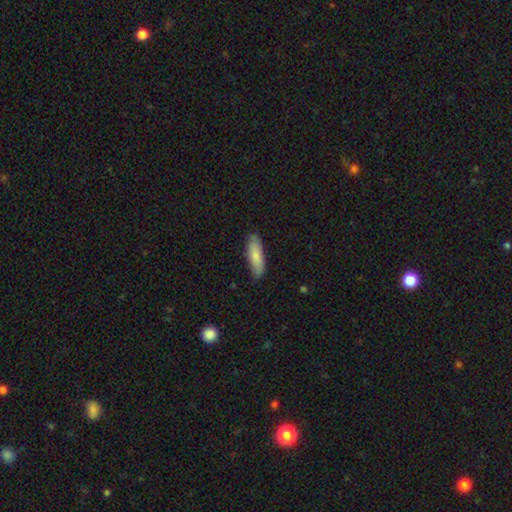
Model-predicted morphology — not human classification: type=smooth (81%); roundness=in between (51%); merging=none (83%).